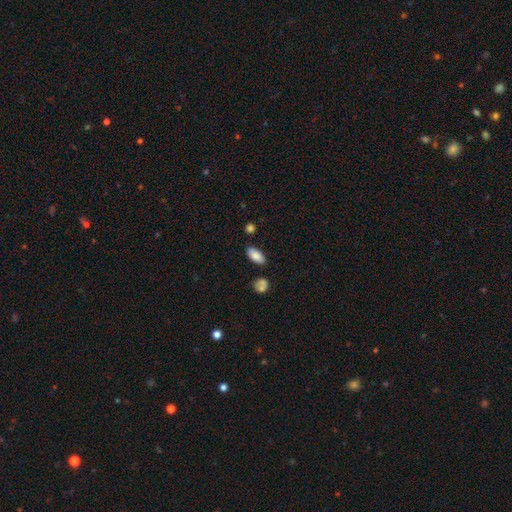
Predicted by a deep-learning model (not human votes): Overall: smooth (85%). How rounded: in between (91%). Merging: none (80%).